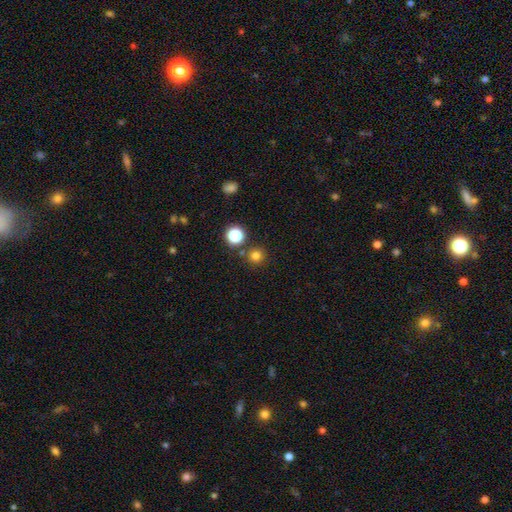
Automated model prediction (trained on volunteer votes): A smooth galaxy with no disk features (77%) that is round (94%). Merging: none (84%).